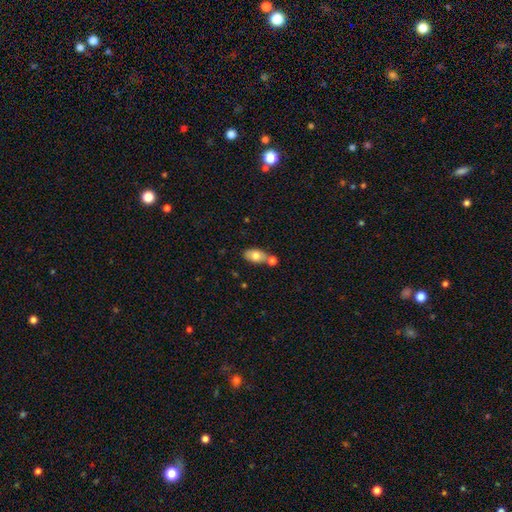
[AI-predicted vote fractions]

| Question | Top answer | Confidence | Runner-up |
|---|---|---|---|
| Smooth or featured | smooth | 74% | featured or disk (19%) |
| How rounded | in between | 90% | round (7%) |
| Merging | none | 53% | merger (31%) |